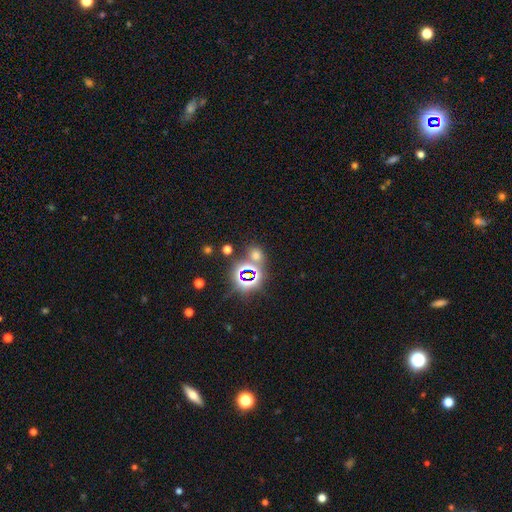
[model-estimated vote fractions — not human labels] Smooth or featured? Predicted: smooth (p=0.47). Merging? Predicted: none (p=0.68).